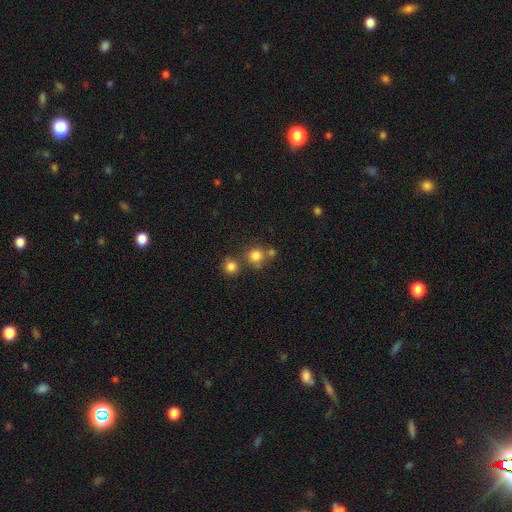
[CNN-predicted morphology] Smooth or featured? smooth (79%)
How rounded? round (91%)
Merging? none (65%)